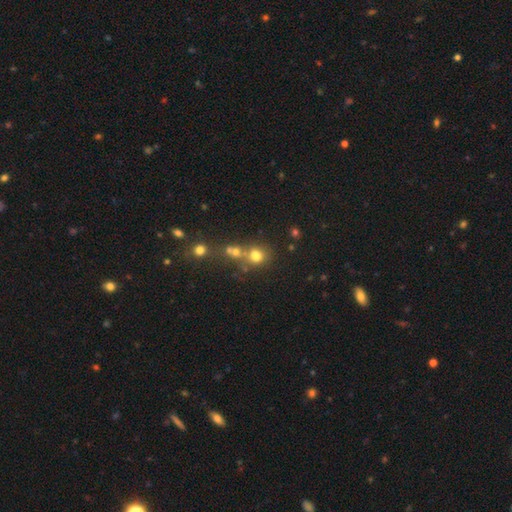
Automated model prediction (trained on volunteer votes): Smooth or featured? smooth (71%)
How rounded? round (79%)
Merging? none (49%)